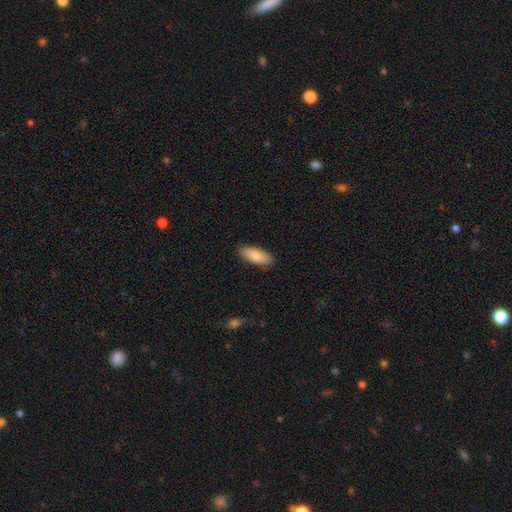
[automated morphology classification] Smooth or featured? Predicted: smooth (p=0.85). How rounded? Predicted: in between (p=0.75). Merging? Predicted: none (p=0.89).